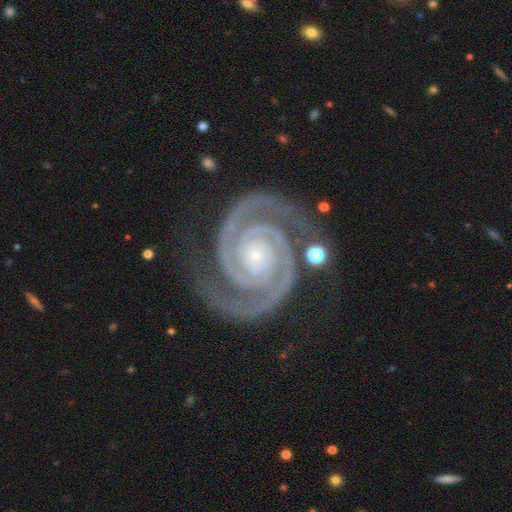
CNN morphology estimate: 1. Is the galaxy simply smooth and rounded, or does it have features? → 95% featured or disk, 4% star or artifact, 2% smooth.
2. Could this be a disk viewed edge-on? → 98% no, 2% yes.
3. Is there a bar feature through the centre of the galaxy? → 74% no, 15% weak, 11% strong.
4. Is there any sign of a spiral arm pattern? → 99% yes, 1% no.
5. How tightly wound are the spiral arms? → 82% tight, 16% medium, 2% loose.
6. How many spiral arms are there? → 93% 2, 2% 3, 1% can't tell, 1% 4, 1% 1, 1% more than 4.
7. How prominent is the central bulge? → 83% small, 13% moderate, 2% none, 1% large, 1% dominant.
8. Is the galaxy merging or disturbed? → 81% none, 12% minor disturbance, 4% major disturbance, 3% merger.